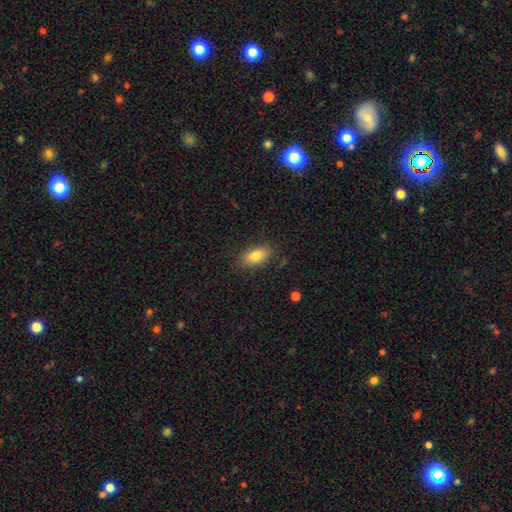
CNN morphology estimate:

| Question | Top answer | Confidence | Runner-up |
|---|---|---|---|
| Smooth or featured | smooth | 82% | featured or disk (10%) |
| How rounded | in between | 89% | round (6%) |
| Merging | none | 82% | minor disturbance (13%) |